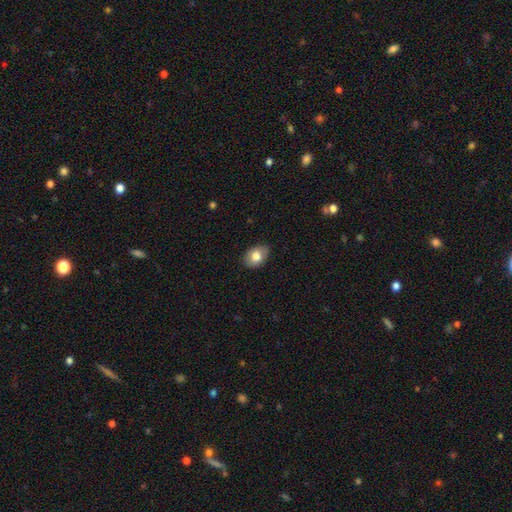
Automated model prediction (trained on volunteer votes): smooth_or_featured: smooth (p=0.79) [alt: featured or disk p=0.14]
how_rounded: in between (p=0.81) [alt: round p=0.18]
merging: none (p=0.82) [alt: minor disturbance p=0.14]